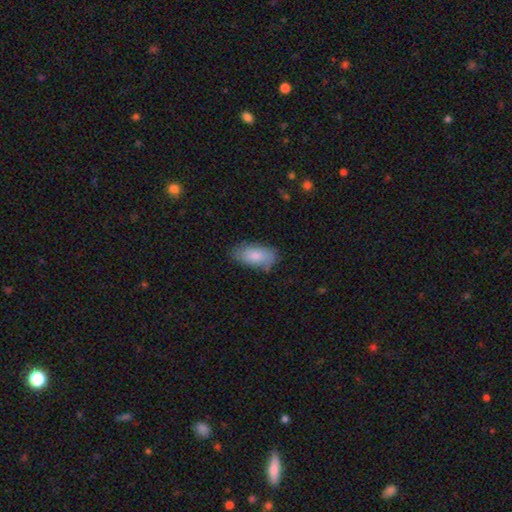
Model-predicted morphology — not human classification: A smooth galaxy with no disk features (81%) that is in between round and cigar-shaped (92%). Merging: none (73%).